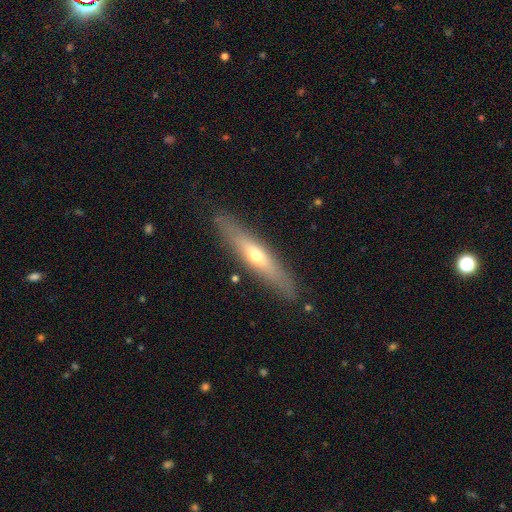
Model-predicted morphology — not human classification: Smooth or featured? featured or disk (52%)
Edge-on disk? yes (82%)
Merging? none (86%)